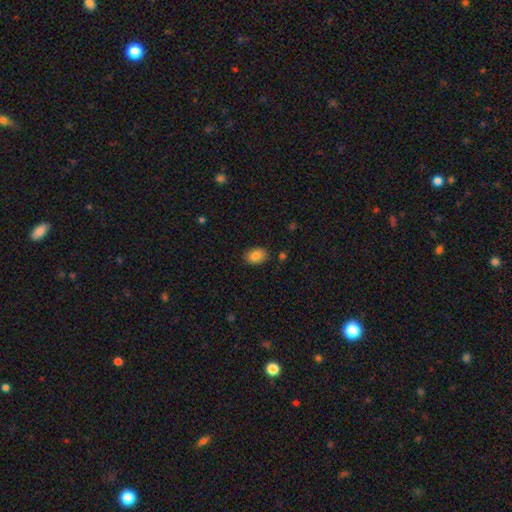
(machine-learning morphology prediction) Smooth or featured? Predicted: smooth (p=0.85). How rounded? Predicted: in between (p=0.80). Merging? Predicted: none (p=0.85).